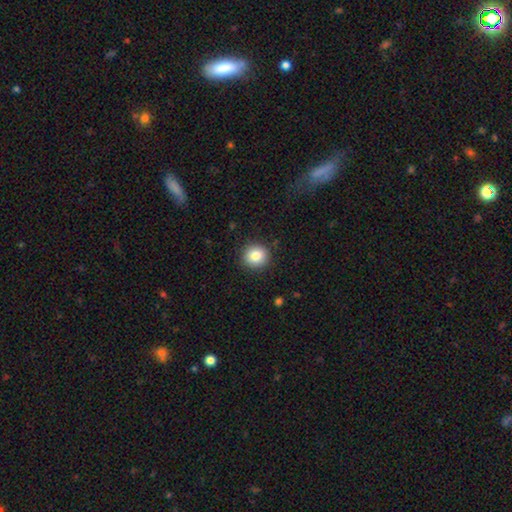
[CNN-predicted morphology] Overall: smooth (84%). How rounded: round (90%). Merging: none (90%).